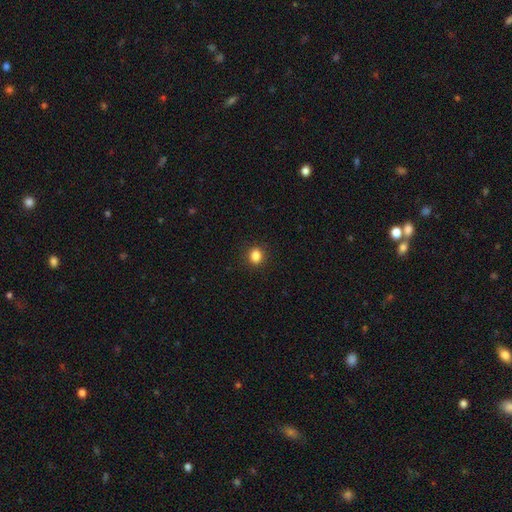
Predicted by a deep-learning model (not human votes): Smooth or featured: smooth — 85% (star or artifact — 11%)
How rounded: round — 68% (in between — 31%)
Merging: none — 90% (minor disturbance — 7%)